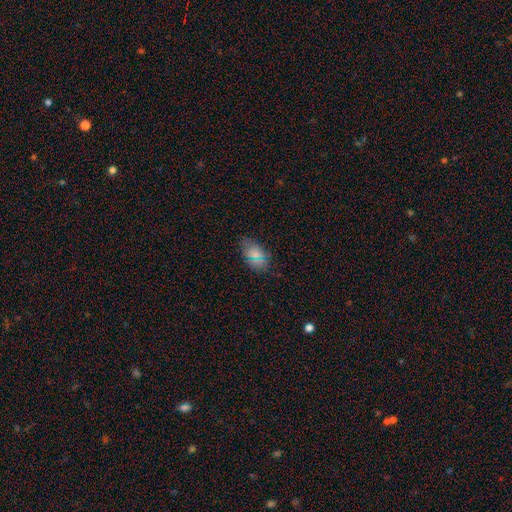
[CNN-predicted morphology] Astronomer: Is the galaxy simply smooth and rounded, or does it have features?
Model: smooth — 72%.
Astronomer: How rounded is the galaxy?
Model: in between — 91%.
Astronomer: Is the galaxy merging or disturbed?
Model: none — 79%.